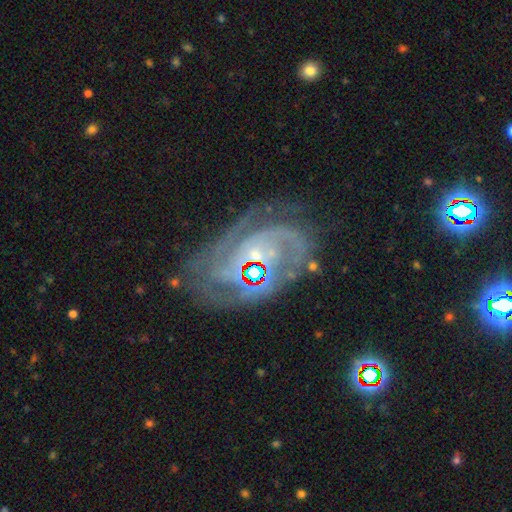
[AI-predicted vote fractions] Q: Smooth or featured?
A: featured or disk (87%); runner-up: star or artifact (8%)
Q: Edge-on disk?
A: no (97%); runner-up: yes (3%)
Q: Bar?
A: no (49%); runner-up: weak (37%)
Q: Spiral arms?
A: yes (97%); runner-up: no (3%)
Q: Spiral winding?
A: tight (59%); runner-up: medium (34%)
Q: Spiral arm count?
A: 2 (46%); runner-up: can't tell (19%)
Q: Bulge size?
A: small (58%); runner-up: moderate (30%)
Q: Merging?
A: none (67%); runner-up: minor disturbance (18%)